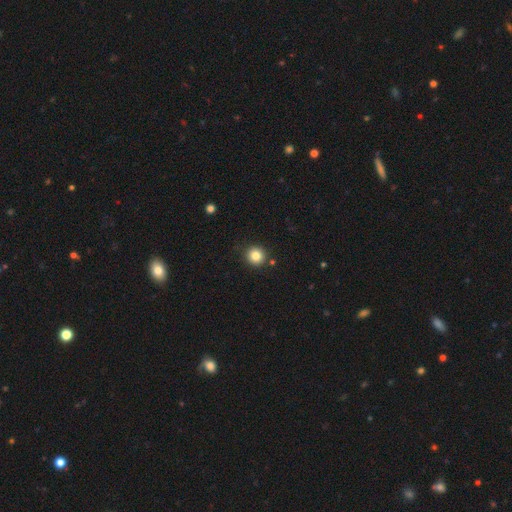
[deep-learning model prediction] Morphology: type=smooth (83%); roundness=round (93%); merging=none (87%).